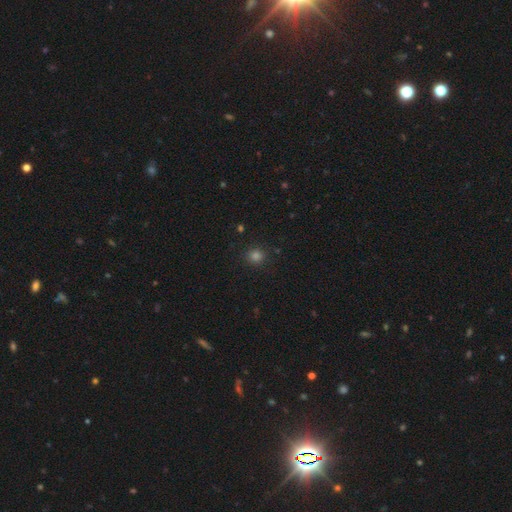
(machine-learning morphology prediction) Smooth or featured?
  - smooth: 78% *
  - star or artifact: 18%
  - featured or disk: 4%
How rounded?
  - round: 92% *
  - in between: 7%
  - cigar-shaped: 1%
Merging?
  - none: 91% *
  - minor disturbance: 6%
  - major disturbance: 2%
  - merger: 1%